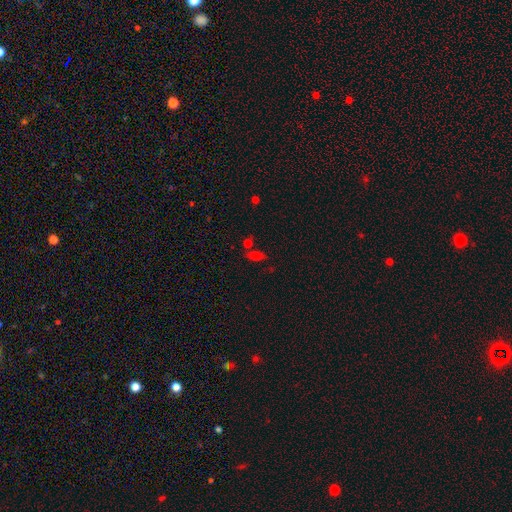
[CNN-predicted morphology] Smooth or featured? smooth (64%)
How rounded? in between (78%)
Merging? none (65%)